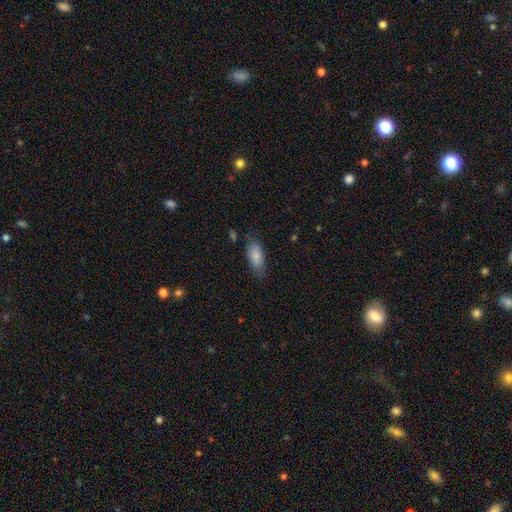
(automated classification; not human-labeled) Smooth or featured?
  - smooth: 83% *
  - featured or disk: 10%
  - star or artifact: 7%
How rounded?
  - in between: 87% *
  - cigar-shaped: 10%
  - round: 2%
Merging?
  - none: 71% *
  - minor disturbance: 21%
  - major disturbance: 6%
  - merger: 2%